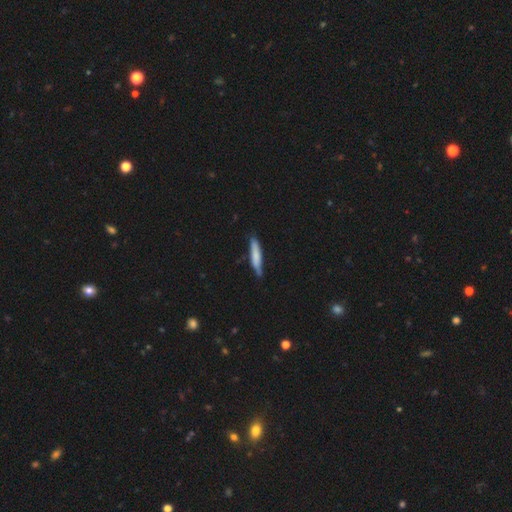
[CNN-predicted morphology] smooth-or-featured: smooth: 73% | featured or disk: 22% | star or artifact: 5%
  how-rounded: cigar-shaped: 88% | in between: 10% | round: 1%
  merging: none: 72% | minor disturbance: 22% | major disturbance: 3% | merger: 2%